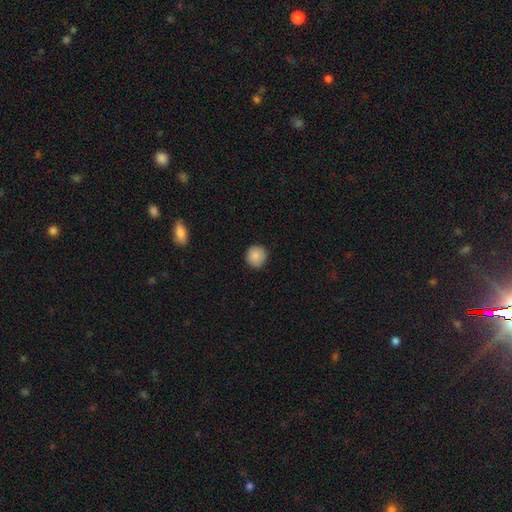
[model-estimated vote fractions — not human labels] smooth-or-featured: smooth: 86% | star or artifact: 8% | featured or disk: 7%
  how-rounded: round: 93% | in between: 6% | cigar-shaped: 1%
  merging: none: 90% | minor disturbance: 7% | major disturbance: 2% | merger: 1%